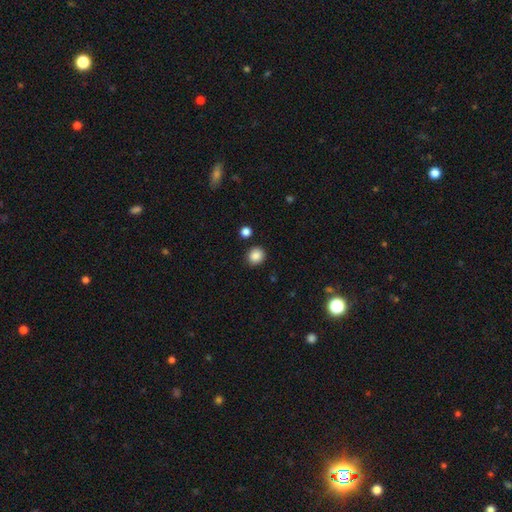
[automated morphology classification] Smooth or featured?
  - smooth: 87% *
  - star or artifact: 10%
  - featured or disk: 4%
How rounded?
  - round: 81% *
  - in between: 18%
  - cigar-shaped: 1%
Merging?
  - none: 88% *
  - minor disturbance: 7%
  - merger: 3%
  - major disturbance: 2%